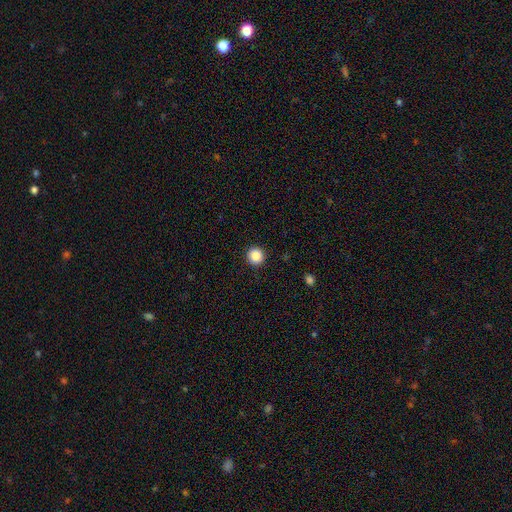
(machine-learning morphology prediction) This is clearly a smooth galaxy (88%). How rounded: clearly round (94%). Merging: clearly none (93%).